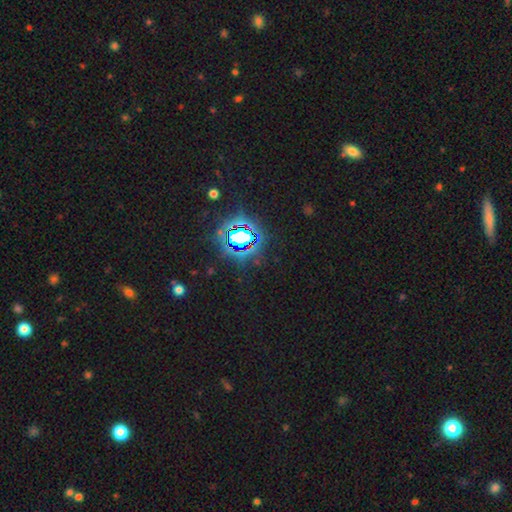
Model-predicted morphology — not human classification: type=star or artifact (82%).